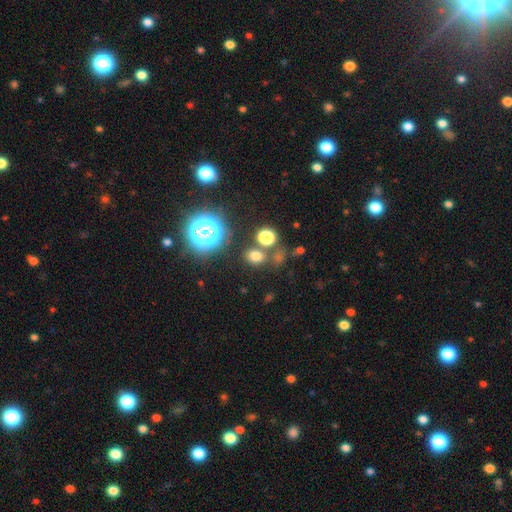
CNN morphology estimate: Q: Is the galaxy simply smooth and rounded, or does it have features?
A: smooth — 68%.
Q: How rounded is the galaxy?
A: round — 55%.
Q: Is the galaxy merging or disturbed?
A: none — 75%.